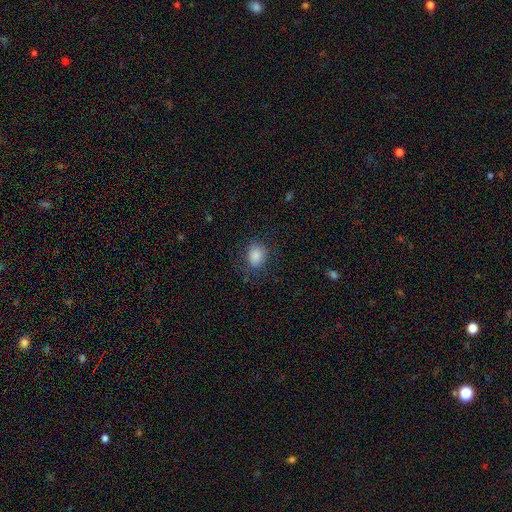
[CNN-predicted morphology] Q: Smooth or featured?
A: smooth (85%); runner-up: star or artifact (9%)
Q: How rounded?
A: round (56%); runner-up: in between (43%)
Q: Merging?
A: none (75%); runner-up: minor disturbance (16%)